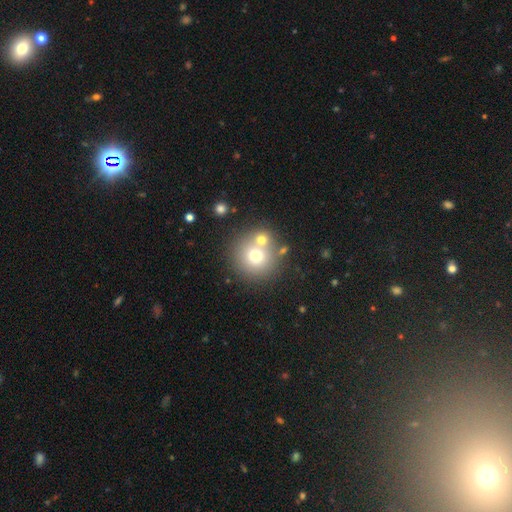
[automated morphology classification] smooth 69%, featured or disk 17%, star or artifact 14%. Down the decision tree: how rounded — round (92%); merging — none (61%).